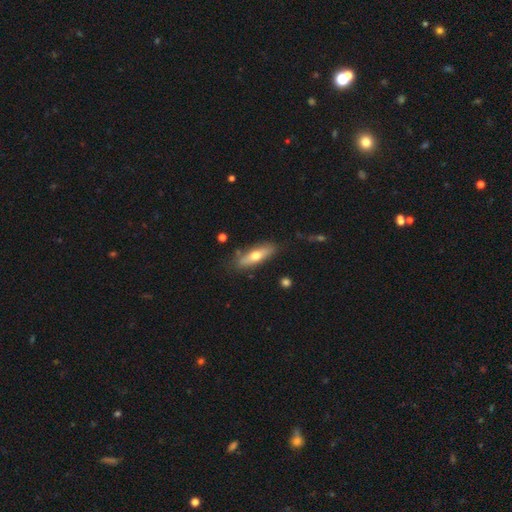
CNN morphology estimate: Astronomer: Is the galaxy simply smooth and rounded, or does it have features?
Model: smooth — 56% (runner-up: featured or disk, 38%).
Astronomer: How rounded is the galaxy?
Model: cigar-shaped — 54% (runner-up: in between, 44%).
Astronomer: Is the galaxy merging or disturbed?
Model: none — 79%.